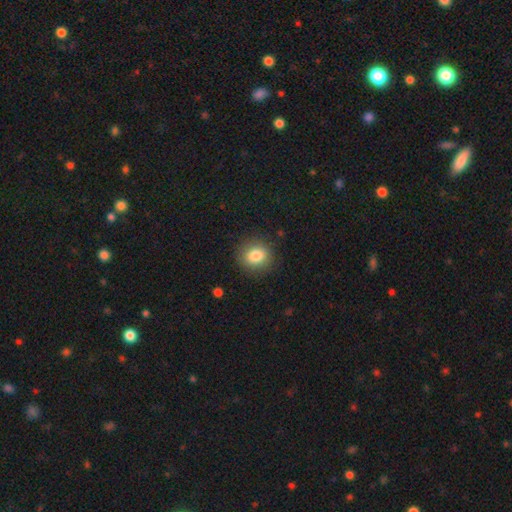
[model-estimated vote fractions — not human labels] smooth-or-featured: smooth: 82% | star or artifact: 10% | featured or disk: 8%
  how-rounded: round: 79% | in between: 20% | cigar-shaped: 1%
  merging: none: 87% | minor disturbance: 9% | major disturbance: 3% | merger: 1%